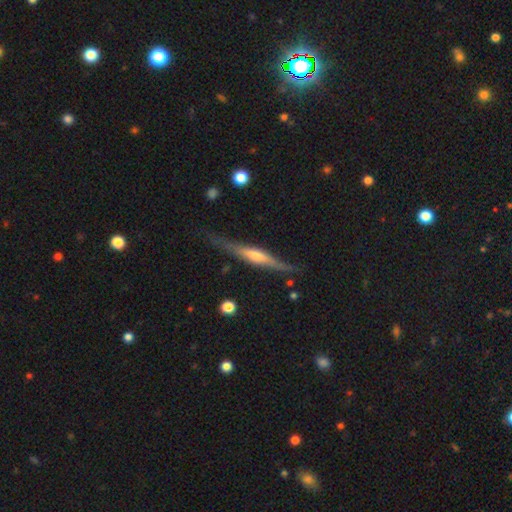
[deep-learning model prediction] Morphology: type=featured or disk (75%); edge-on=yes (96%); edge-on bulge=rounded (65%); merging=none (78%).